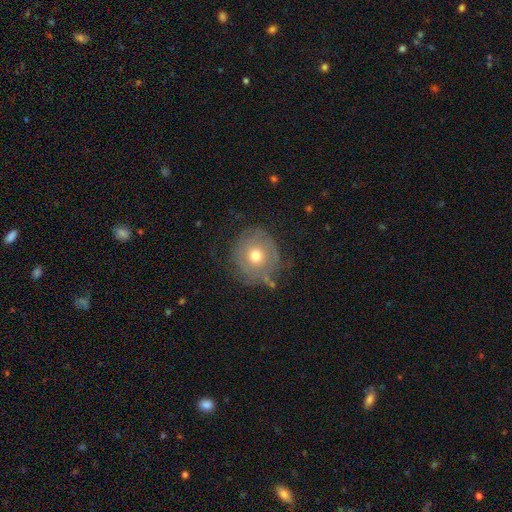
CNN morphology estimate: This appears to be a smooth galaxy with no disk features (52%) that is round (88%). Merging: none (68%).